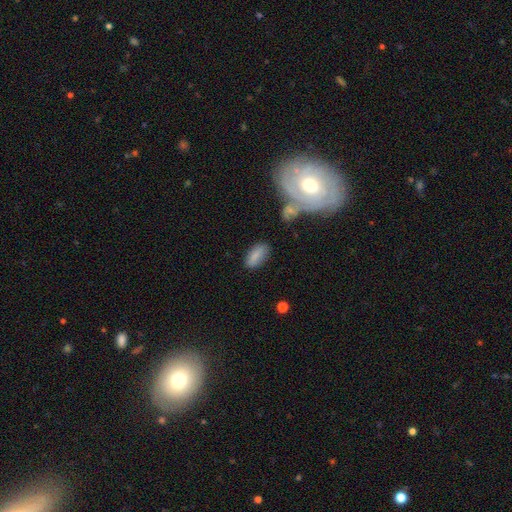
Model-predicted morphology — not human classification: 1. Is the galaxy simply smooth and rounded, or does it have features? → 82% smooth, 10% featured or disk, 8% star or artifact.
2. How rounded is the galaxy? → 87% in between, 10% cigar-shaped, 3% round.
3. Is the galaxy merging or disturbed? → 78% none, 14% minor disturbance, 4% major disturbance, 4% merger.